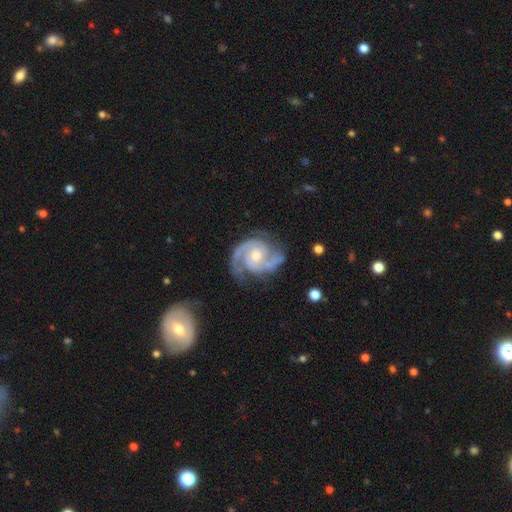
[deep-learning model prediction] smooth_or_featured: featured or disk (p=0.92) [alt: star or artifact p=0.04]
disk_edge_on: no (p=0.98) [alt: yes p=0.02]
bar: no (p=0.56) [alt: weak p=0.34]
has_spiral_arms: yes (p=0.98) [alt: no p=0.02]
spiral_winding: medium (p=0.48) [alt: tight p=0.45]
spiral_arm_count: 2 (p=0.85) [alt: 3 p=0.07]
bulge_size: moderate (p=0.65) [alt: small p=0.28]
merging: none (p=0.70) [alt: minor disturbance p=0.20]